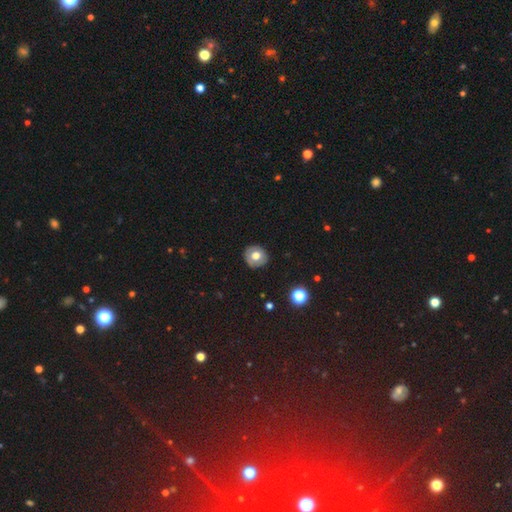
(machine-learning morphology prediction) smooth 63%, featured or disk 28%, star or artifact 9%. Down the decision tree: how rounded — round (87%); merging — none (88%).